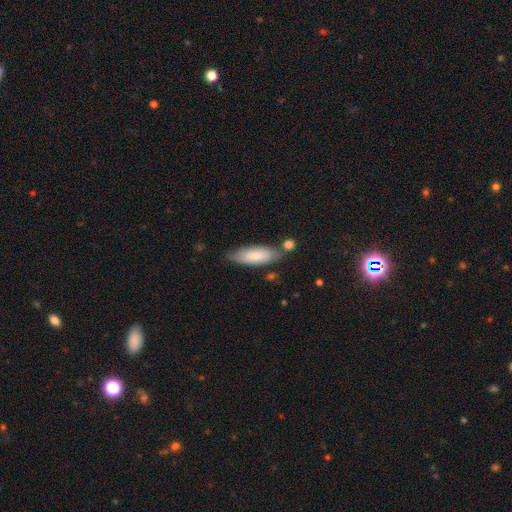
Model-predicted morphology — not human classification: type=smooth (78%); roundness=in between (61%); merging=none (69%).